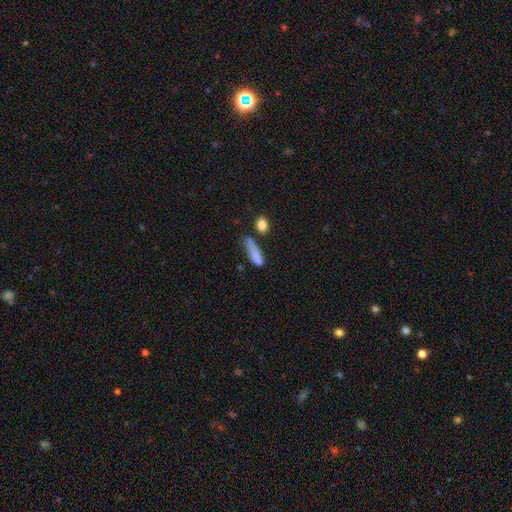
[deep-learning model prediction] This appears to be a smooth galaxy with no disk features (75%) that is cigar-shaped (61%). Merging: none (35%).